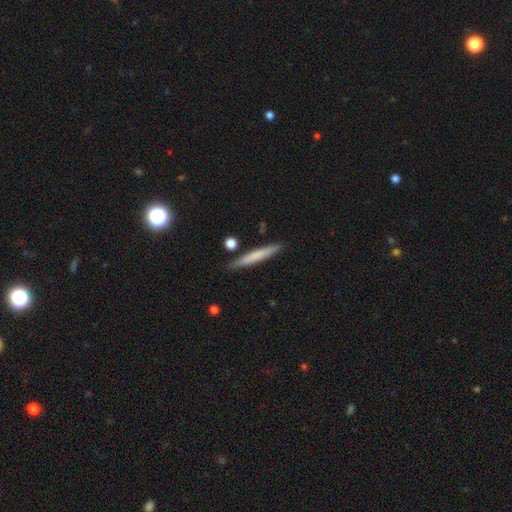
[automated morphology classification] smooth_or_featured: smooth (p=0.64) [alt: featured or disk p=0.30]
how_rounded: cigar-shaped (p=0.95) [alt: in between p=0.03]
merging: none (p=0.86) [alt: minor disturbance p=0.09]